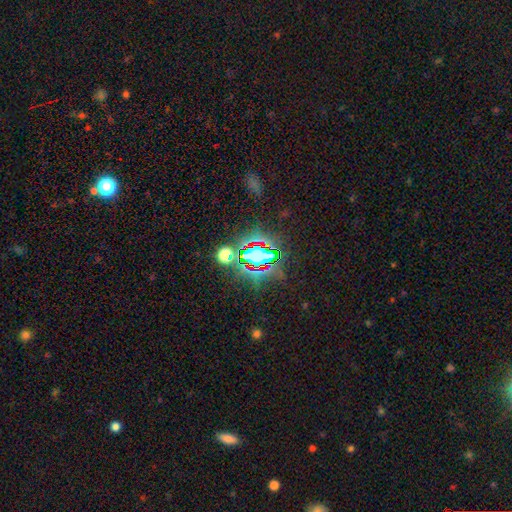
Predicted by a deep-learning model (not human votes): A star or artifact, not a galaxy (70%).